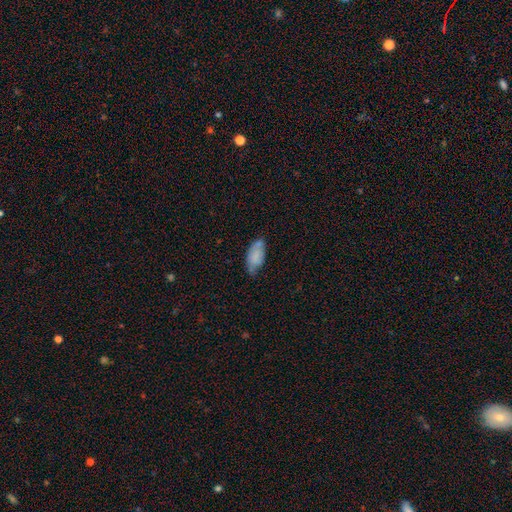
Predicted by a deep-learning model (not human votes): Smooth or featured: smooth — 75% (featured or disk — 17%)
How rounded: in between — 91% (cigar-shaped — 6%)
Merging: none — 51% (minor disturbance — 33%)